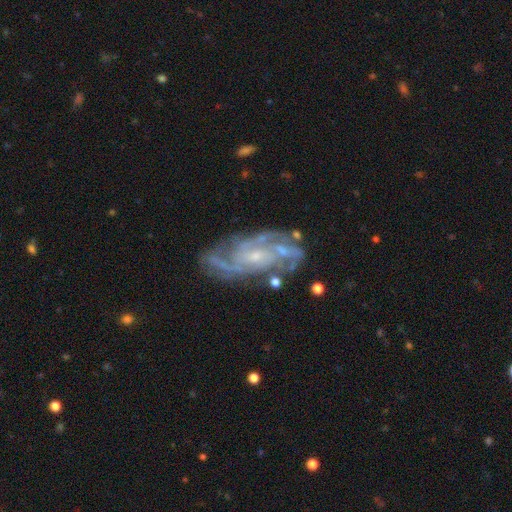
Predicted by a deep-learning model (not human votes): Smooth or featured: featured or disk — 89% (star or artifact — 6%)
Edge-on disk: no — 96% (yes — 4%)
Bar: no — 61% (weak — 31%)
Spiral arms: yes — 97% (no — 3%)
Spiral winding: tight — 50% (medium — 41%)
Spiral arm count: 3 — 28% (4 — 21%)
Bulge size: small — 72% (moderate — 22%)
Merging: none — 69% (minor disturbance — 19%)